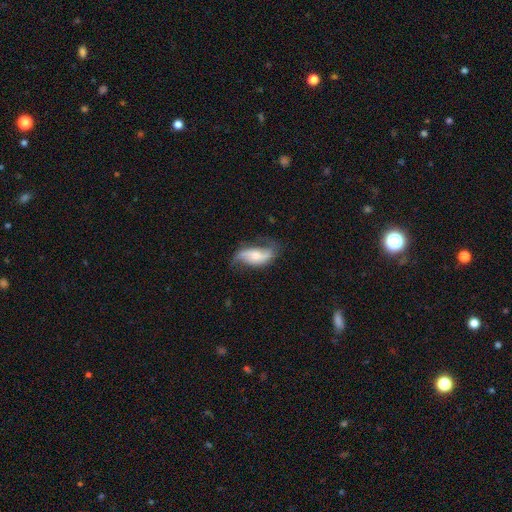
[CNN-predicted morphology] This is likely a featured or disk galaxy (73%). It is clearly not viewed edge-on (92%). Bar: possibly no (50%). Spiral arm pattern: clearly yes (91%). Spiral arm count: clearly 2 (88%). Spiral winding: likely loose (76%). Central bulge: possibly moderate (50%). Merging: possibly none (60%).